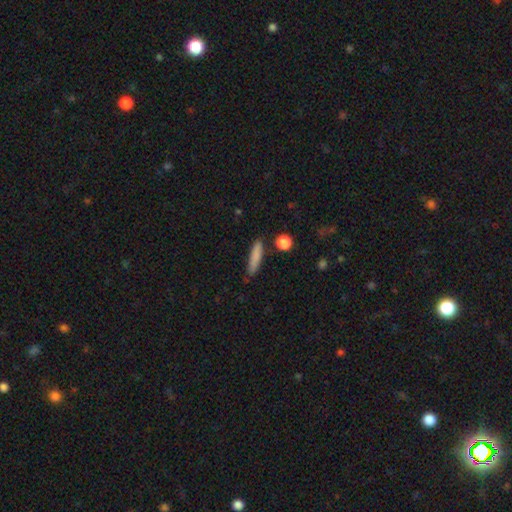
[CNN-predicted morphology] smooth 82%, featured or disk 11%, star or artifact 7%. Down the decision tree: how rounded — cigar-shaped (85%); merging — none (82%).